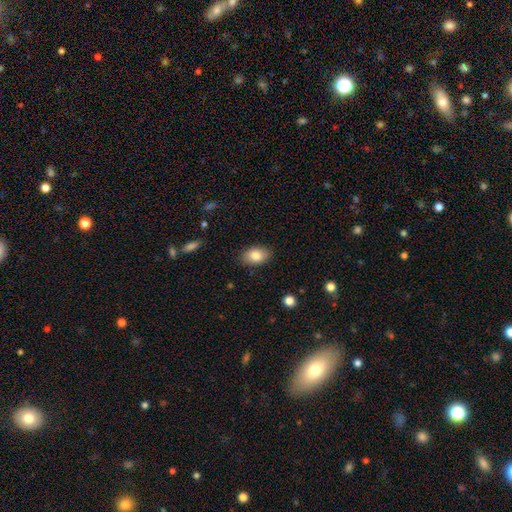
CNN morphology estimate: This is clearly a smooth galaxy (83%). How rounded: clearly in between (87%). Merging: clearly none (86%).